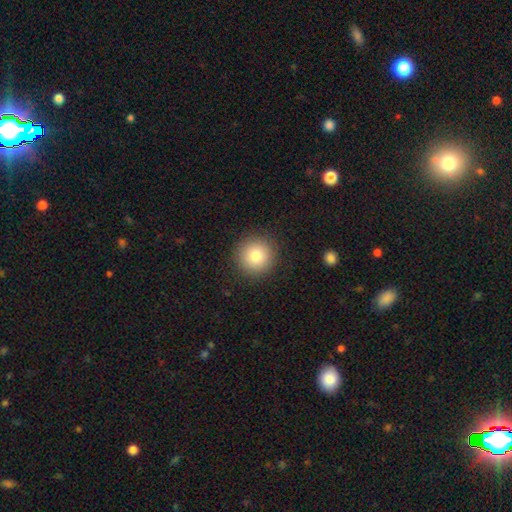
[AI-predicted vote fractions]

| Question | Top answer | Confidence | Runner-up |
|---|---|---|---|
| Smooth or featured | smooth | 80% | star or artifact (10%) |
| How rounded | round | 95% | in between (4%) |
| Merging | none | 91% | minor disturbance (6%) |